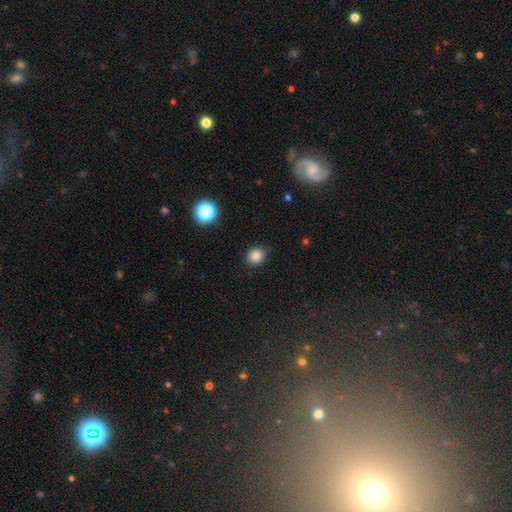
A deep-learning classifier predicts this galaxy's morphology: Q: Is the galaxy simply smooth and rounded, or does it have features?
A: smooth — 84%.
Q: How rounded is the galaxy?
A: round — 75%.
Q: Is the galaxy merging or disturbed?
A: none — 88%.